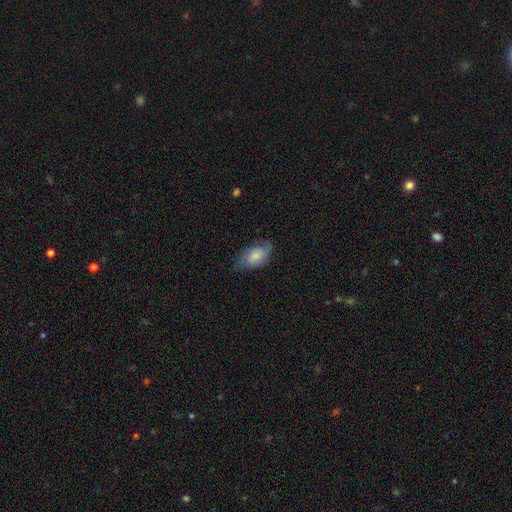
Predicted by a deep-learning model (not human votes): Smooth or featured?
  - smooth: 64% *
  - featured or disk: 29%
  - star or artifact: 7%
How rounded?
  - in between: 92% *
  - round: 5%
  - cigar-shaped: 3%
Merging?
  - none: 62% *
  - minor disturbance: 28%
  - major disturbance: 8%
  - merger: 1%